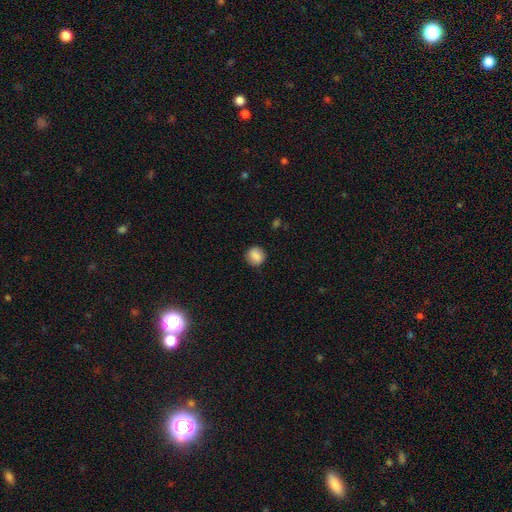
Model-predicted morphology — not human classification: The model was most divided on "how rounded": round: 87%, in between: 12%, cigar-shaped: 1%. More confident: merging — none (87%); smooth or featured — smooth (86%).